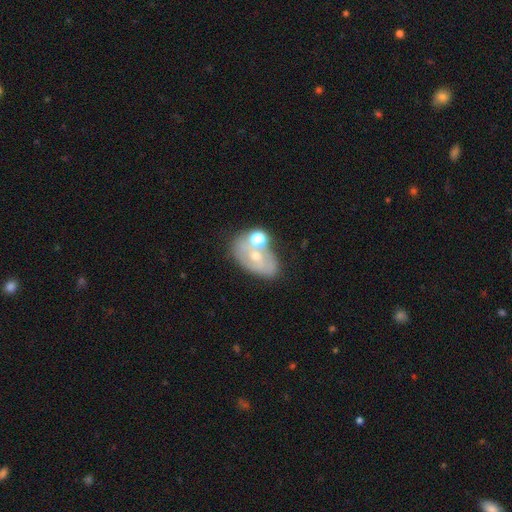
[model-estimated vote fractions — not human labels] Q: Smooth or featured?
A: featured or disk (48%); runner-up: smooth (39%)
Q: Merging?
A: none (46%); runner-up: merger (28%)